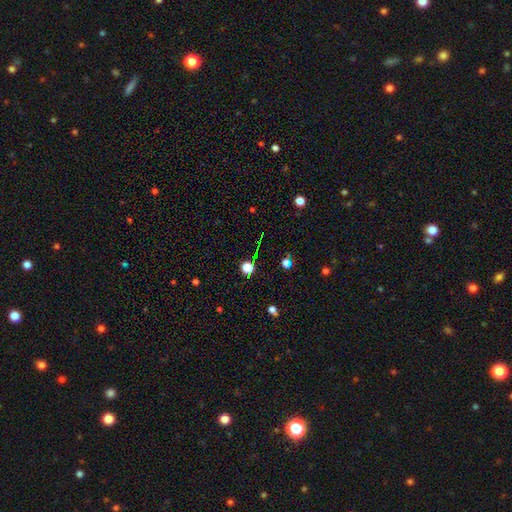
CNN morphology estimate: smooth_or_featured: star or artifact (p=0.59) [alt: smooth p=0.32]